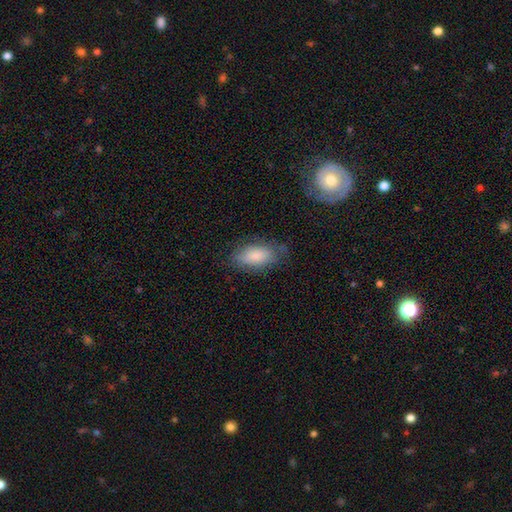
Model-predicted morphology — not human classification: Overall: smooth (80%). How rounded: in between (90%). Merging: none (70%).